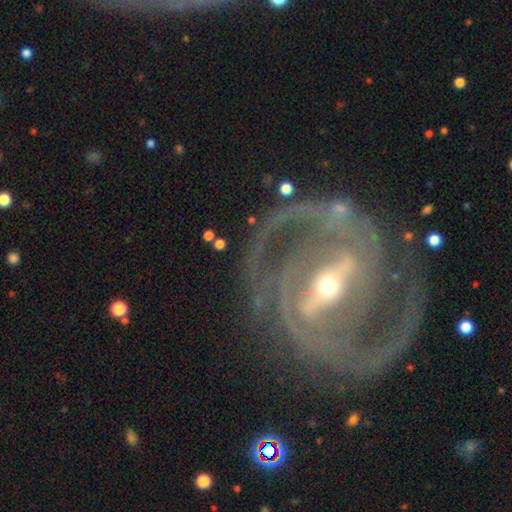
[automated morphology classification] This is clearly a featured or disk galaxy (92%). It is clearly not viewed edge-on (96%). Bar: likely strong (72%). Spiral arm pattern: clearly yes (97%). Spiral arm count: likely 2 (76%). Spiral winding: possibly medium (45%). Central bulge: likely small (62%). Merging: likely none (72%).